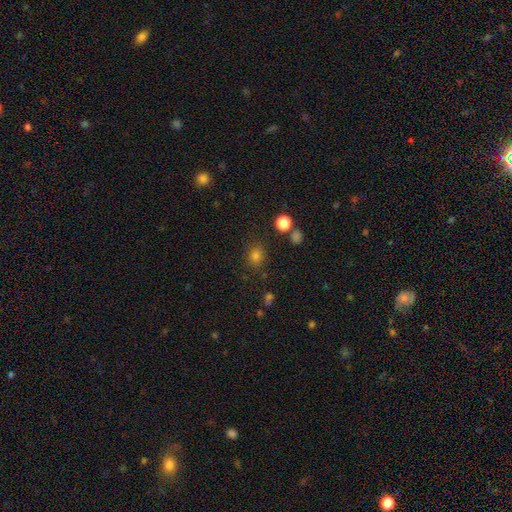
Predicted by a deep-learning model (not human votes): Smooth or featured?
  - smooth: 77% *
  - star or artifact: 17%
  - featured or disk: 6%
How rounded?
  - round: 73% *
  - in between: 26%
  - cigar-shaped: 1%
Merging?
  - none: 84% *
  - minor disturbance: 9%
  - merger: 4%
  - major disturbance: 3%